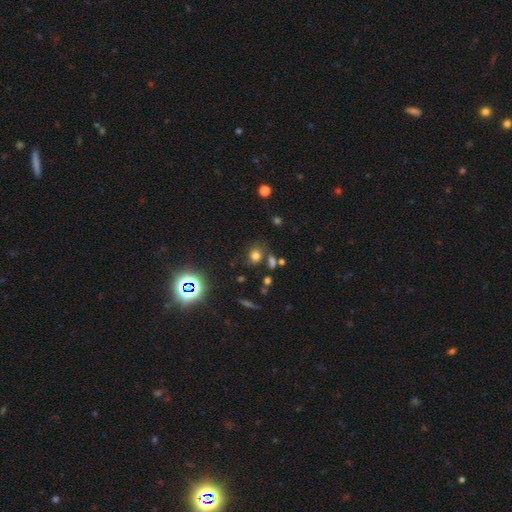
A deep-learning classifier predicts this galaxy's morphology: Q: Smooth or featured?
A: smooth (68%); runner-up: star or artifact (24%)
Q: How rounded?
A: round (65%); runner-up: in between (34%)
Q: Merging?
A: none (72%); runner-up: minor disturbance (13%)